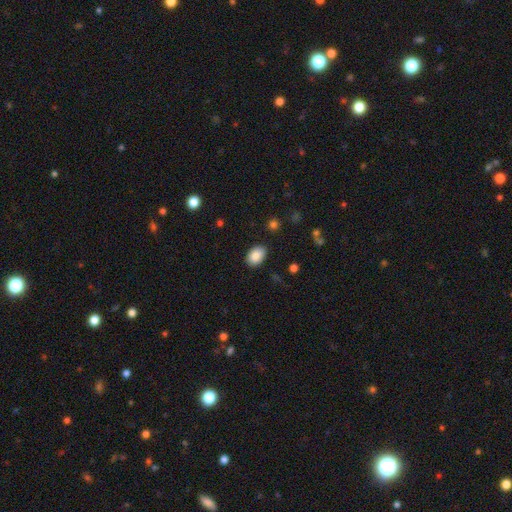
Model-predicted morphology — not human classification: This appears to be a smooth galaxy with no disk features (86%) that is in between round and cigar-shaped (85%). Merging: none (87%).